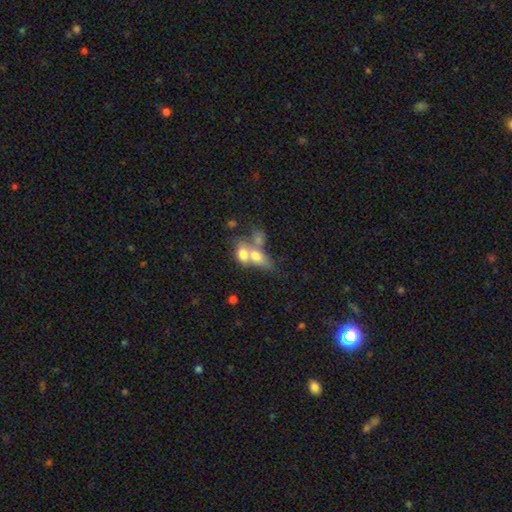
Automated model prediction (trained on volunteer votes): smooth 65%, featured or disk 25%, star or artifact 10%. Down the decision tree: how rounded — in between (75%); merging — merger (71%).